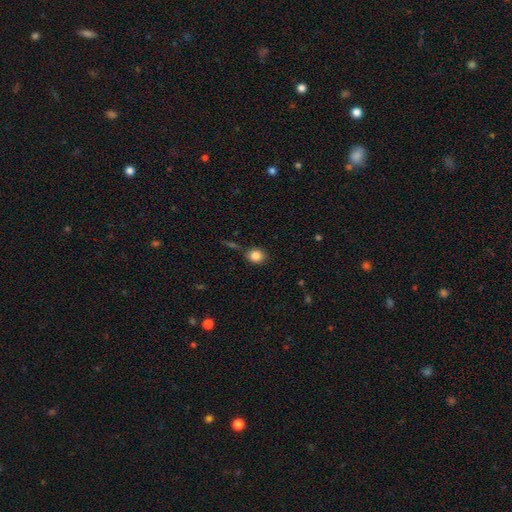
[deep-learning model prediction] This appears to be a smooth galaxy with no disk features (84%) that is round (68%). Merging: none (78%).